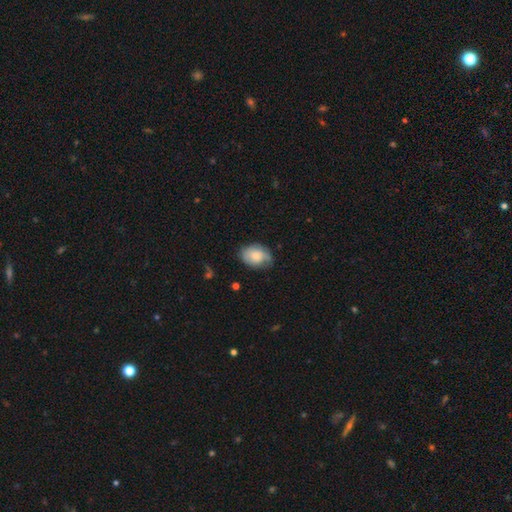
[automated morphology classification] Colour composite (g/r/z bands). It shows a smooth galaxy with no disk features (69%) that is in between round and cigar-shaped (73%). Merging: none (64%).